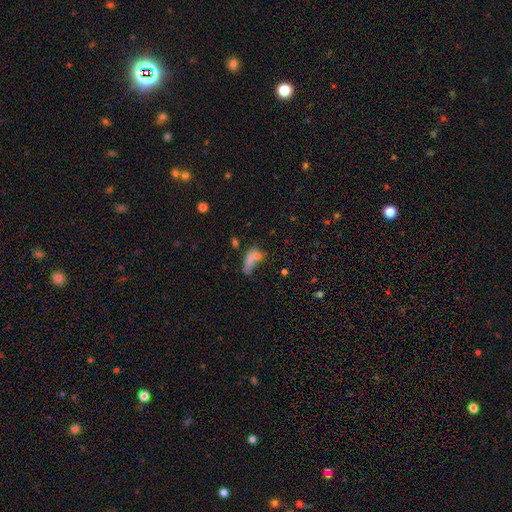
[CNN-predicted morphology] Smooth or featured? smooth (45%)
Merging? none (35%)